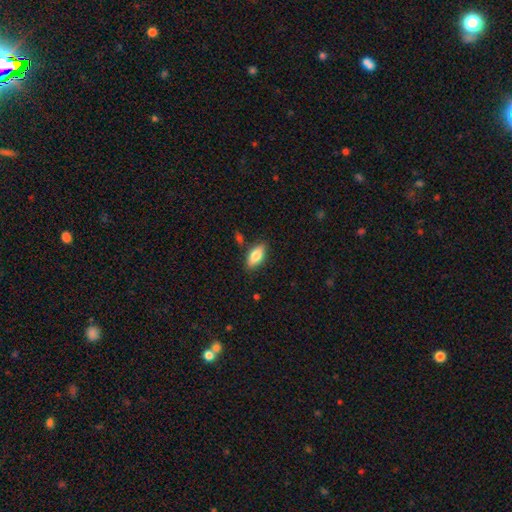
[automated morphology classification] Smooth or featured? Predicted: smooth (p=0.77). How rounded? Predicted: in between (p=0.85). Merging? Predicted: none (p=0.81).